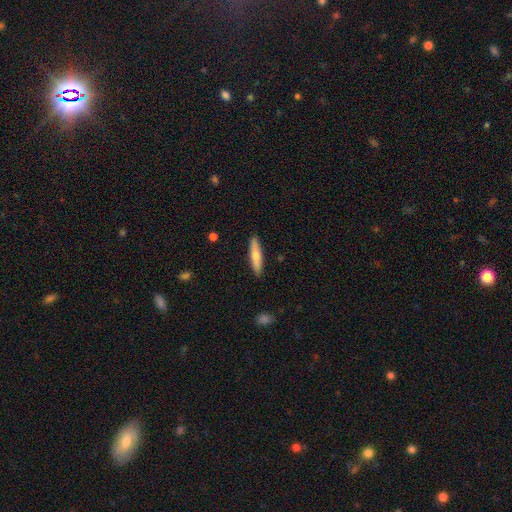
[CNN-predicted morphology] This is likely a smooth galaxy (74%). How rounded: clearly cigar-shaped (83%). Merging: clearly none (89%).